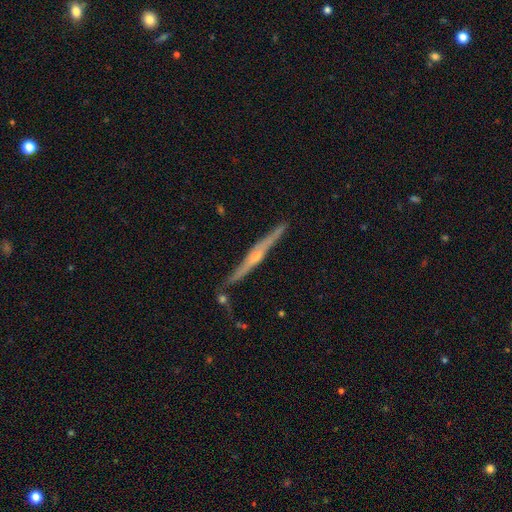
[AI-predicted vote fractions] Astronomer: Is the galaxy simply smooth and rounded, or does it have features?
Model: featured or disk — 78%.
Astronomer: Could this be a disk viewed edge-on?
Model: yes — 98%.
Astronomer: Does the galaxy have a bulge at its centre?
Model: rounded — 70%.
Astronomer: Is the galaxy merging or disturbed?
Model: none — 83%.